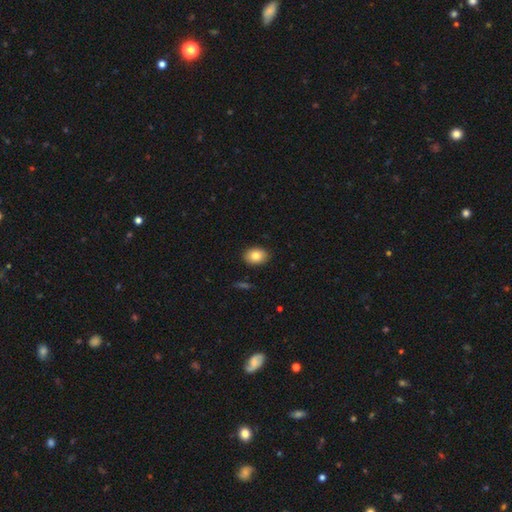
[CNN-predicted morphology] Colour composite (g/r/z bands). It shows a smooth galaxy with no disk features (84%) that is in between round and cigar-shaped (74%). Merging: none (90%).